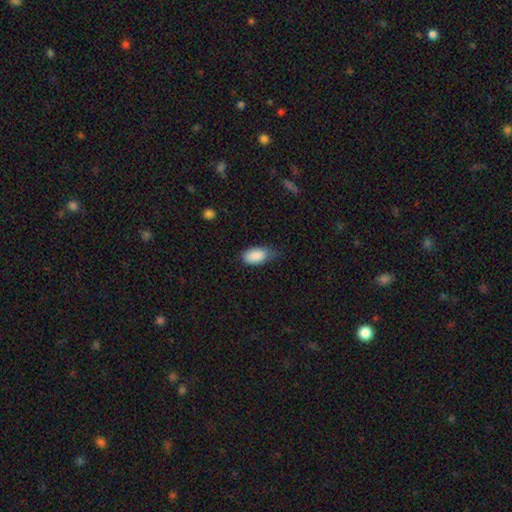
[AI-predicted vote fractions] Smooth or featured: smooth — 89% (star or artifact — 7%)
How rounded: in between — 93% (round — 3%)
Merging: none — 50% (minor disturbance — 39%)